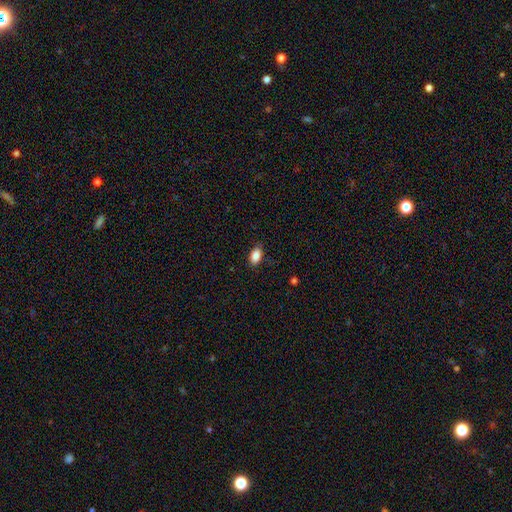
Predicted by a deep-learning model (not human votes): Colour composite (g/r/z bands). It shows a smooth galaxy with no disk features (88%) that is in between round and cigar-shaped (90%). Merging: none (83%).